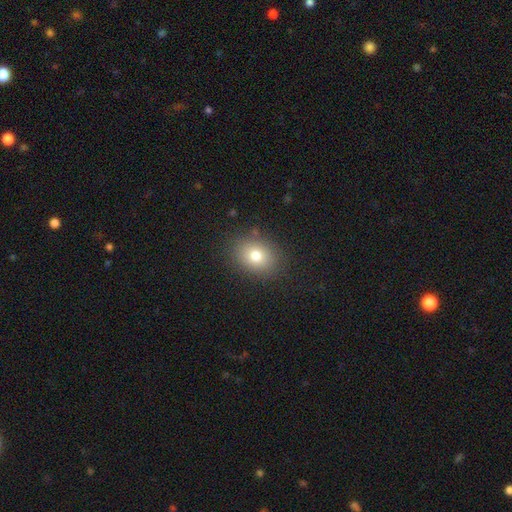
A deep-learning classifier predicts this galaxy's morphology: Overall: smooth (78%). How rounded: in between (58%; round 41%). Merging: none (86%).